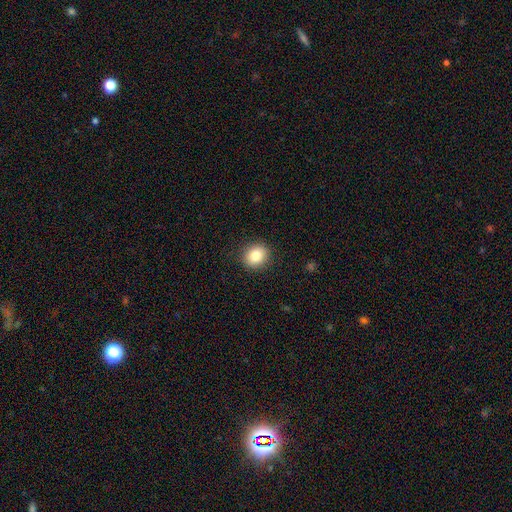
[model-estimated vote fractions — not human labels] A smooth galaxy with no disk features (83%) that is round (75%). Merging: none (91%).